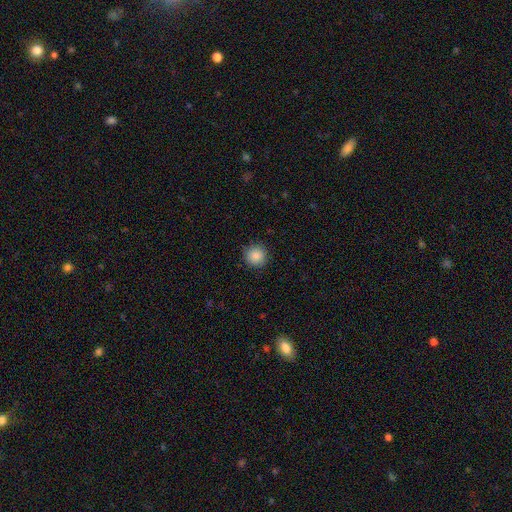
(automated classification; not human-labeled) Smooth or featured: smooth — 86% (star or artifact — 9%)
How rounded: round — 94% (in between — 5%)
Merging: none — 90% (minor disturbance — 7%)